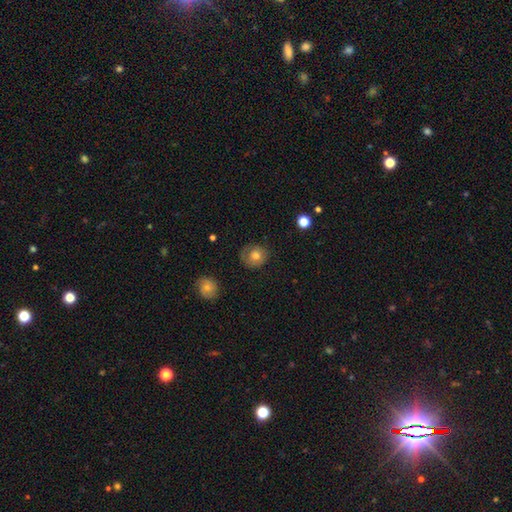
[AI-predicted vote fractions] smooth 69%, featured or disk 22%, star or artifact 9%. Down the decision tree: how rounded — round (83%); merging — none (75%).